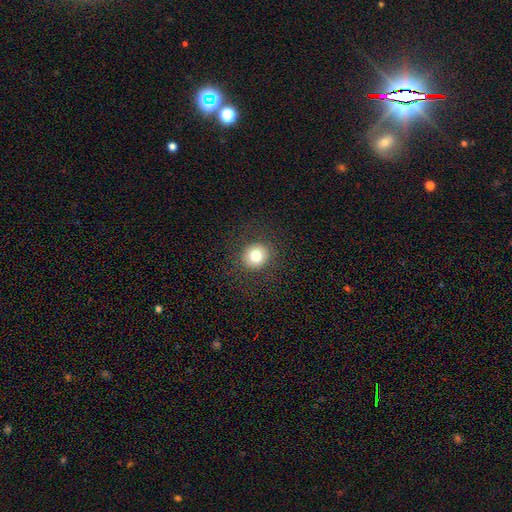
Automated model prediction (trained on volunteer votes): A smooth galaxy with no disk features (79%) that is round (85%). Merging: none (88%).